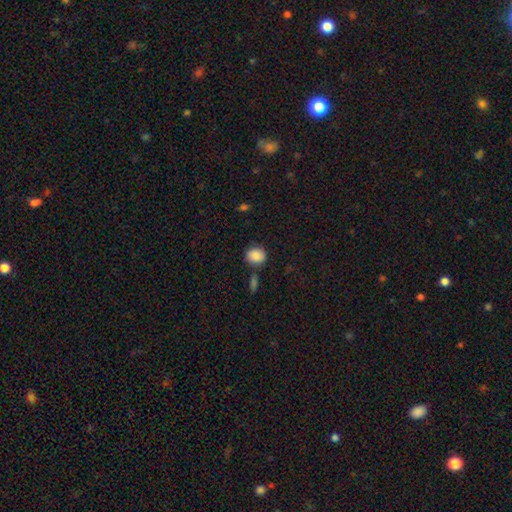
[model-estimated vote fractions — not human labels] smooth_or_featured: smooth (p=0.87) [alt: star or artifact p=0.08]
how_rounded: round (p=0.73) [alt: in between p=0.26]
merging: none (p=0.75) [alt: minor disturbance p=0.13]